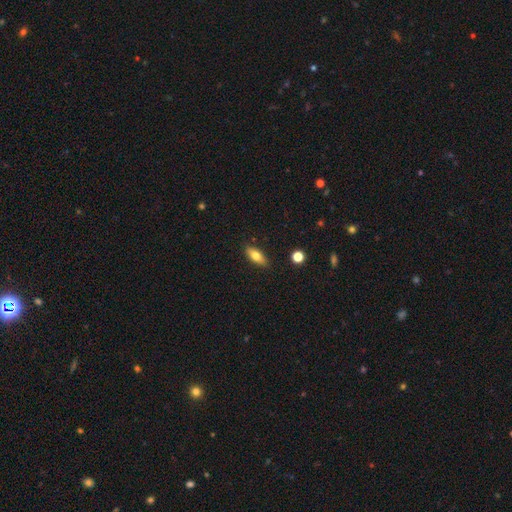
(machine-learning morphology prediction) type=smooth (72%); roundness=in between (76%); merging=none (86%).